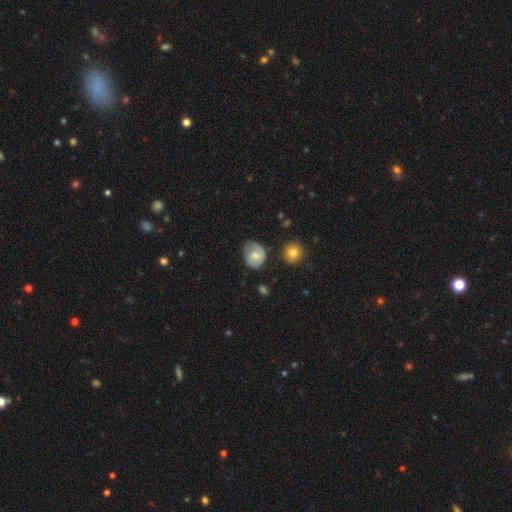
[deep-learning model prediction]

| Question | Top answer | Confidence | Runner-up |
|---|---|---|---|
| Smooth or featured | smooth | 62% | featured or disk (30%) |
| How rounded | round | 54% | in between (45%) |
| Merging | none | 45% | minor disturbance (38%) |